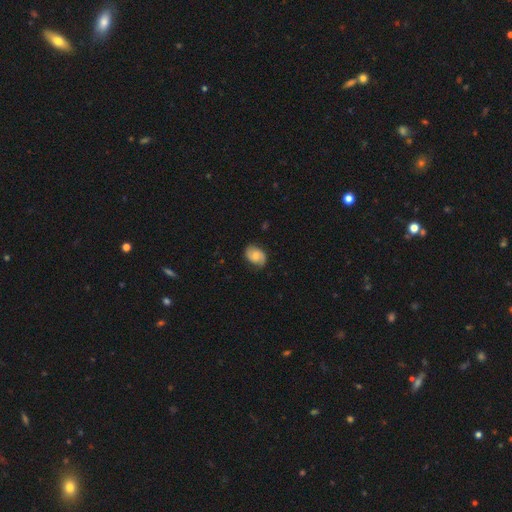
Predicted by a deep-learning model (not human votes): This is possibly a featured or disk galaxy (53%). It is clearly not viewed edge-on (97%). Bar: possibly no (58%). Spiral arm pattern: clearly yes (90%). Central bulge: possibly moderate (51%). Merging: clearly none (80%).